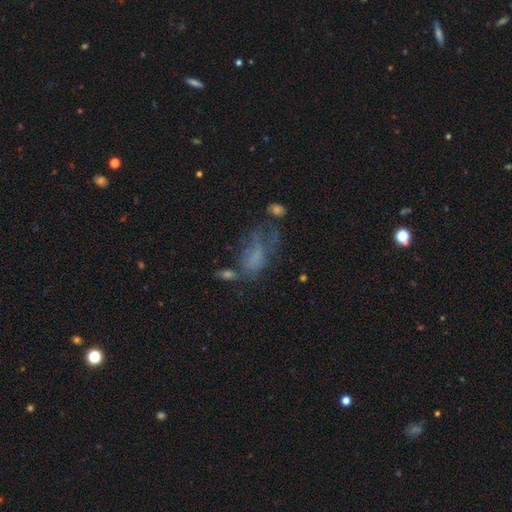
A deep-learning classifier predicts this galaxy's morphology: Q: Smooth or featured?
A: smooth (43%); runner-up: featured or disk (38%)
Q: Merging?
A: major disturbance (40%); runner-up: none (26%)